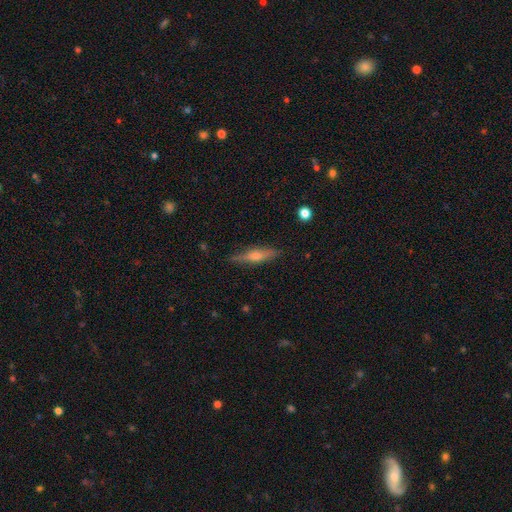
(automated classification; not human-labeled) A featured or disk galaxy (62%) viewed edge-on (95%) with a rounded central bulge (86%). Merging: none (86%).